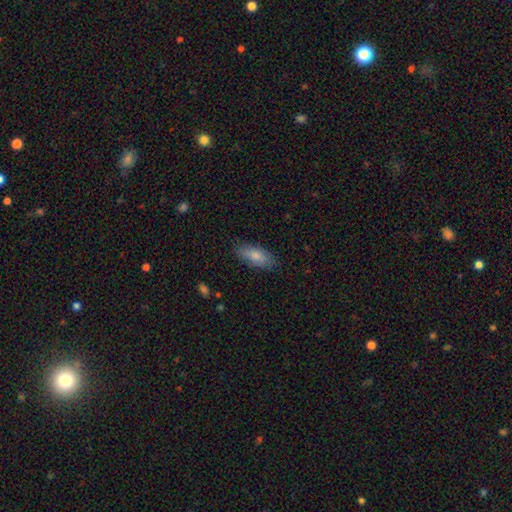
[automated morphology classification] Overall: smooth (82%). How rounded: in between (81%). Merging: none (83%).